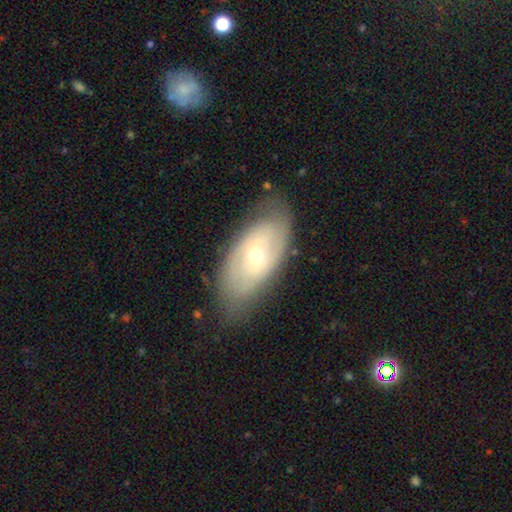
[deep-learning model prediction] The model was most divided on "bulge size": moderate: 51%, small: 45%, large: 2%, dominant: 1%, none: 1%. More confident: edge-on disk — no (90%); merging — none (74%); bar — no (71%); spiral arms — yes (70%); smooth or featured — featured or disk (65%).